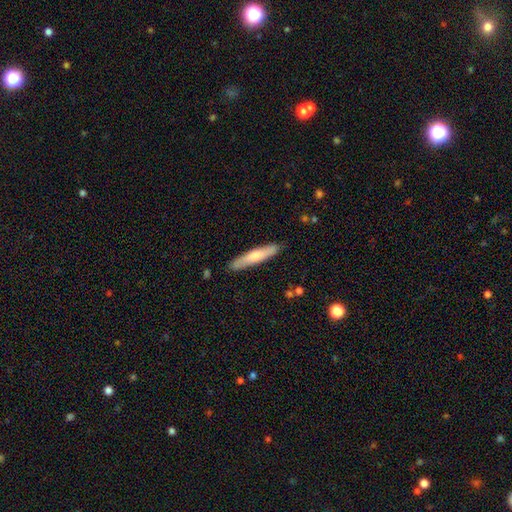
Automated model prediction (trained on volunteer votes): Smooth or featured? smooth (65%)
How rounded? cigar-shaped (89%)
Merging? none (87%)